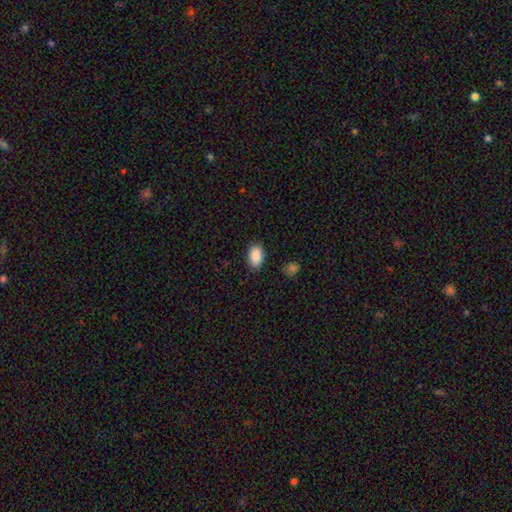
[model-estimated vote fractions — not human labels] A smooth galaxy with no disk features (89%) that is in between round and cigar-shaped (90%).

Vote fractions:
- Smooth or featured? smooth: 89% / star or artifact: 7% / featured or disk: 3%
- How rounded? in between: 90% / round: 9% / cigar-shaped: 1%
- Merging? none: 85% / minor disturbance: 11% / major disturbance: 3% / merger: 1%